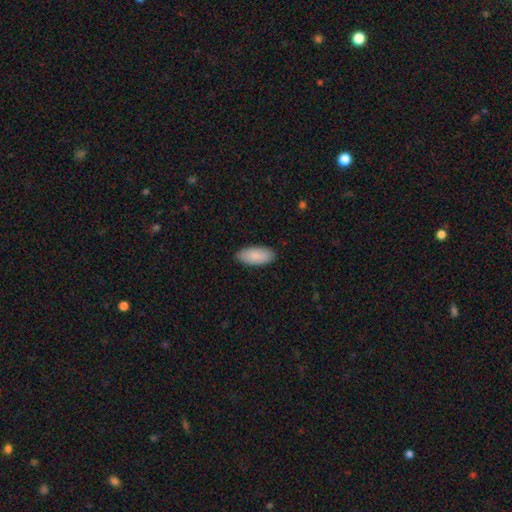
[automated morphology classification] A smooth galaxy with no disk features (88%) that is in between round and cigar-shaped (90%).

Vote fractions:
- Smooth or featured? smooth: 88% / featured or disk: 7% / star or artifact: 5%
- How rounded? in between: 90% / cigar-shaped: 8% / round: 2%
- Merging? none: 87% / minor disturbance: 10% / major disturbance: 2% / merger: 1%